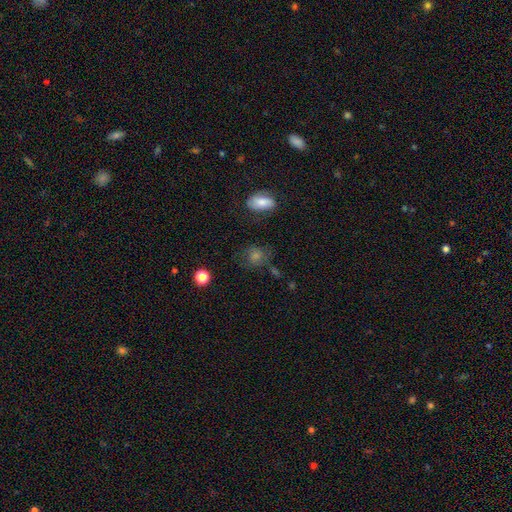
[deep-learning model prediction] smooth_or_featured: smooth (p=0.56) [alt: star or artifact p=0.25]
how_rounded: round (p=0.70) [alt: in between p=0.28]
merging: none (p=0.68) [alt: minor disturbance p=0.18]